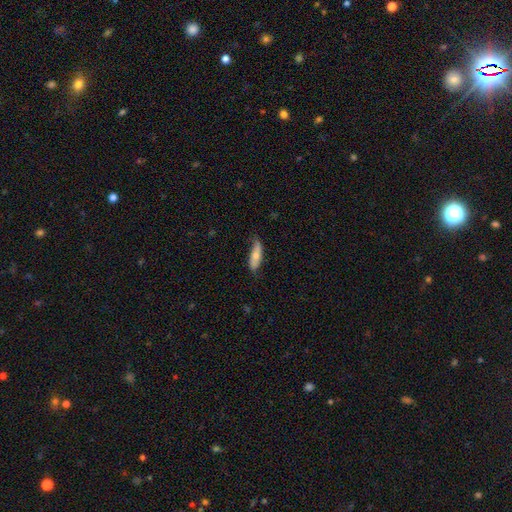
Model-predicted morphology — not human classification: smooth 64%, featured or disk 30%, star or artifact 6%. Down the decision tree: how rounded — in between (57%); merging — none (67%).